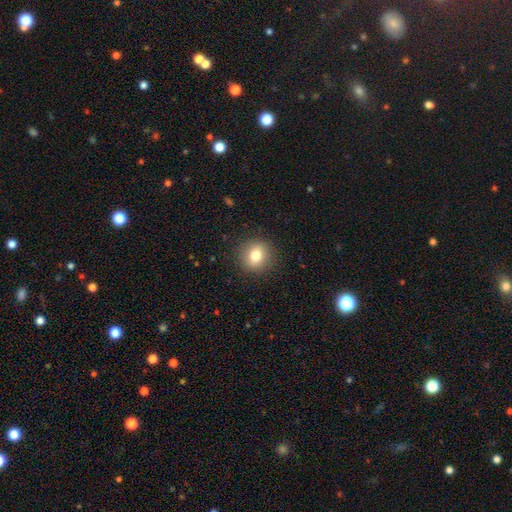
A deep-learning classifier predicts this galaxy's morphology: The model was most divided on "smooth or featured": smooth: 78%, featured or disk: 11%, star or artifact: 10%. More confident: merging — none (90%); how rounded — round (88%).